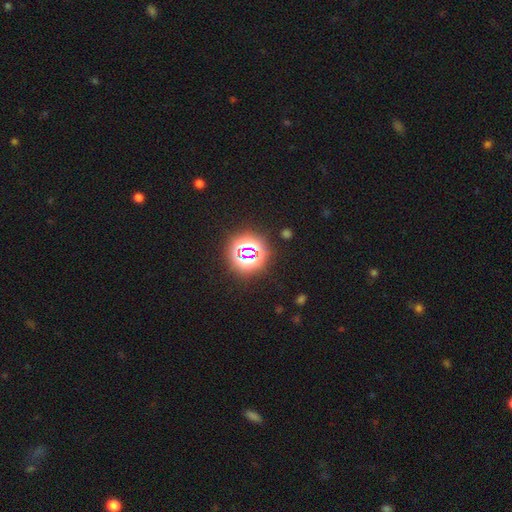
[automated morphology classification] This is likely a star or artifact rather than a galaxy (80%).